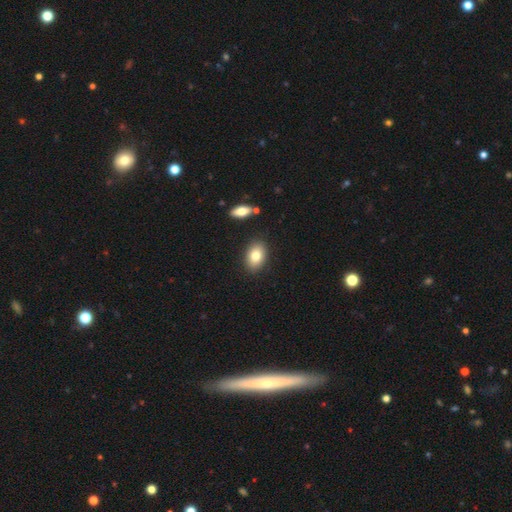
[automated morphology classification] smooth-or-featured: smooth: 80% | featured or disk: 12% | star or artifact: 8%
  how-rounded: in between: 84% | round: 14% | cigar-shaped: 1%
  merging: none: 86% | minor disturbance: 9% | merger: 3% | major disturbance: 2%